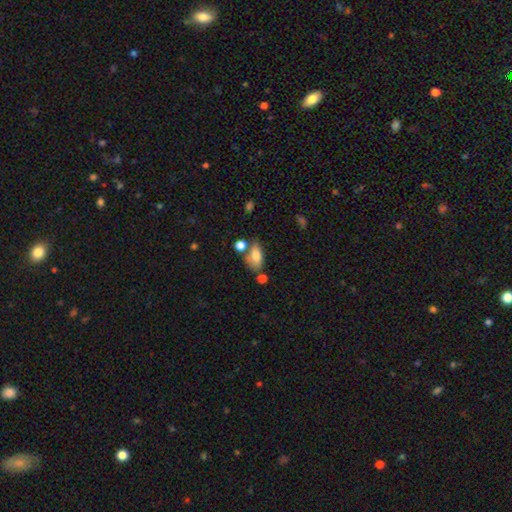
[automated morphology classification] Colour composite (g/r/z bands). It shows a smooth galaxy with no disk features (75%) that is in between round and cigar-shaped (88%). Merging: none (49%).